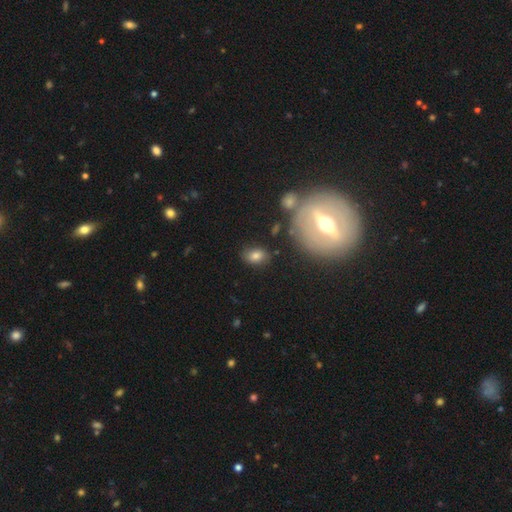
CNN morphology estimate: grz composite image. It shows a smooth galaxy with no disk features (75%) that is in between round and cigar-shaped (78%). Merging: none (79%).